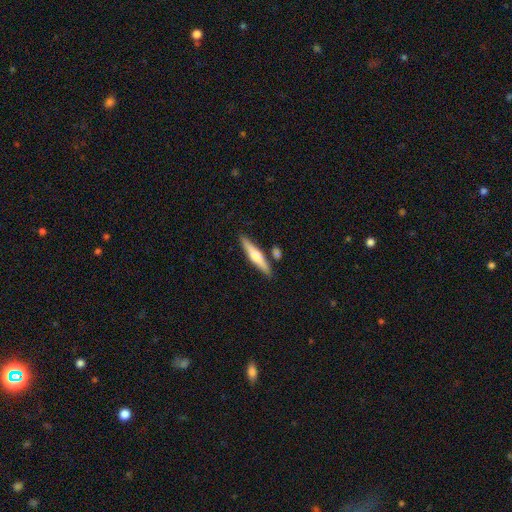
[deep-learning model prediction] smooth_or_featured: featured or disk (p=0.49) [alt: smooth p=0.45]
merging: none (p=0.82) [alt: minor disturbance p=0.09]